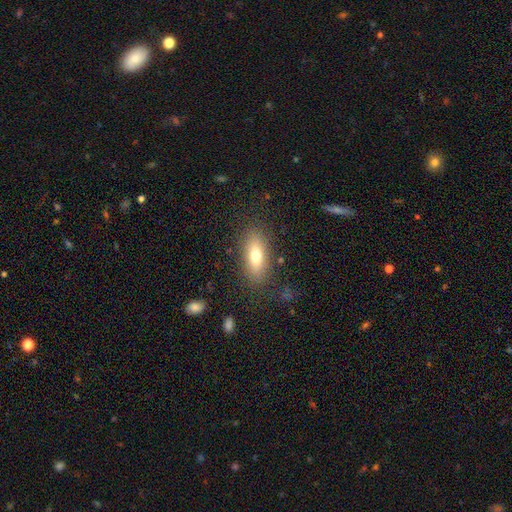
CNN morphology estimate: Overall: smooth (71%). How rounded: in between (75%). Merging: none (84%).